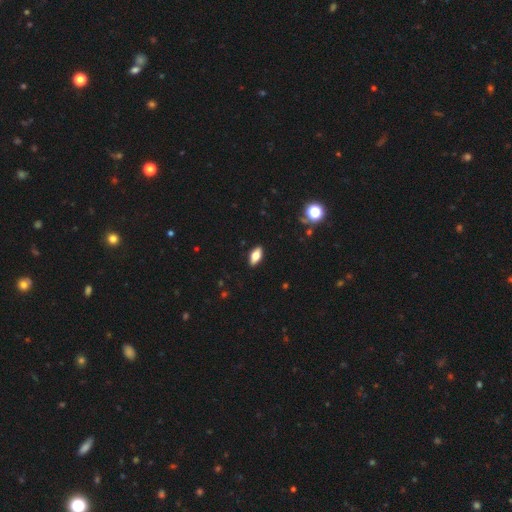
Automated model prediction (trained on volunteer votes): smooth-or-featured: smooth: 70% | featured or disk: 21% | star or artifact: 8%
  how-rounded: in between: 85% | cigar-shaped: 12% | round: 3%
  merging: none: 89% | minor disturbance: 8% | major disturbance: 2% | merger: 1%